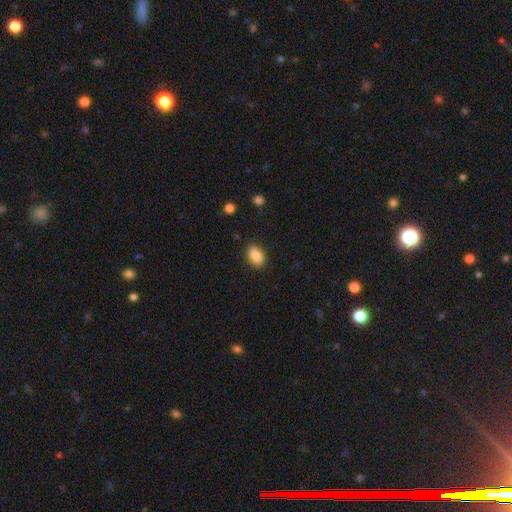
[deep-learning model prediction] smooth_or_featured: smooth (p=0.88) [alt: star or artifact p=0.07]
how_rounded: in between (p=0.89) [alt: round p=0.09]
merging: none (p=0.88) [alt: minor disturbance p=0.09]